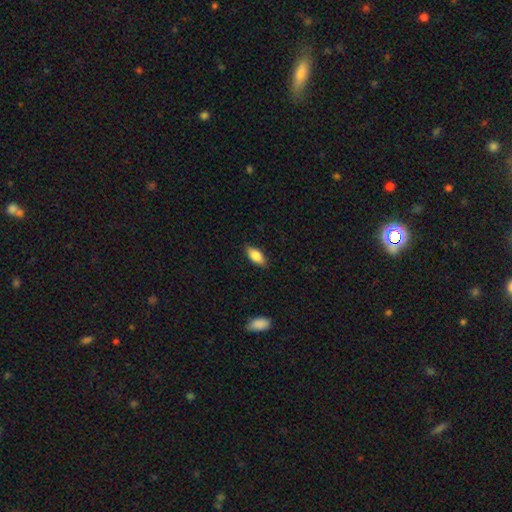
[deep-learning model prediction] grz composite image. It shows a smooth galaxy with no disk features (83%) that is in between round and cigar-shaped (87%). Merging: none (85%).